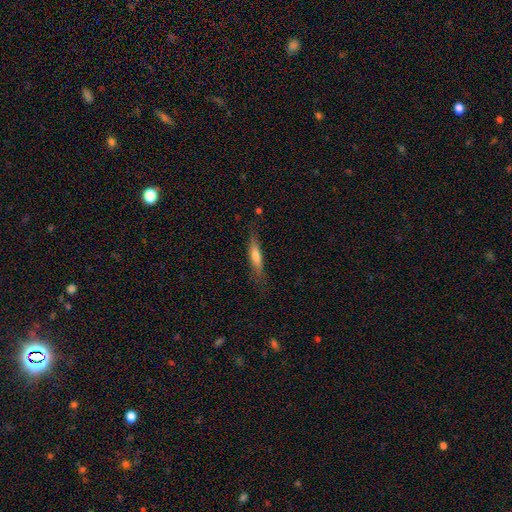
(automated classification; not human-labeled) Smooth or featured?
  - smooth: 57% *
  - featured or disk: 37%
  - star or artifact: 7%
How rounded?
  - cigar-shaped: 84% *
  - in between: 14%
  - round: 2%
Merging?
  - none: 78% *
  - minor disturbance: 16%
  - major disturbance: 4%
  - merger: 1%